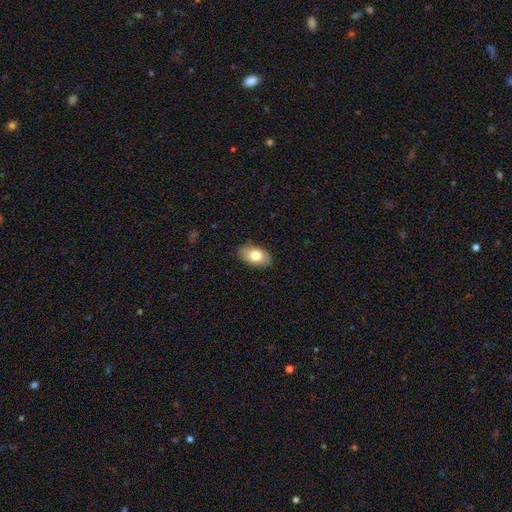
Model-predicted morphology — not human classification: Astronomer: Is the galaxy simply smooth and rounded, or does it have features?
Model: smooth — 79%.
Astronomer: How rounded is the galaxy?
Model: in between — 92%.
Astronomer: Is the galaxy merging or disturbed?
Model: none — 86%.